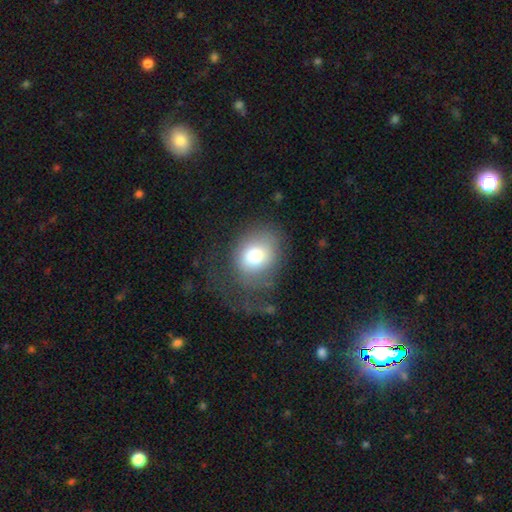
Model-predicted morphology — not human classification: smooth-or-featured: smooth: 74% | featured or disk: 17% | star or artifact: 9%
  how-rounded: round: 63% | in between: 36% | cigar-shaped: 1%
  merging: none: 44% | major disturbance: 33% | minor disturbance: 20% | merger: 2%